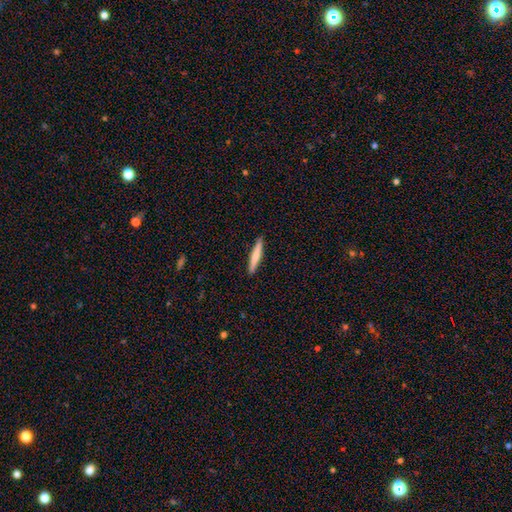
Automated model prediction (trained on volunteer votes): smooth 71%, featured or disk 24%, star or artifact 5%. Down the decision tree: how rounded — cigar-shaped (94%); merging — none (91%).